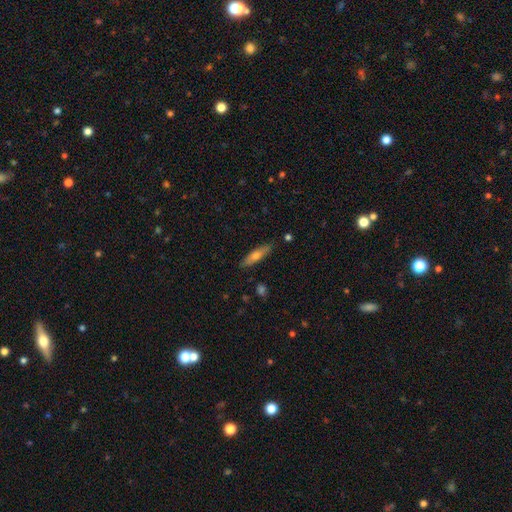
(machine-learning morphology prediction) Smooth or featured? smooth (56%)
How rounded? cigar-shaped (74%)
Merging? none (85%)